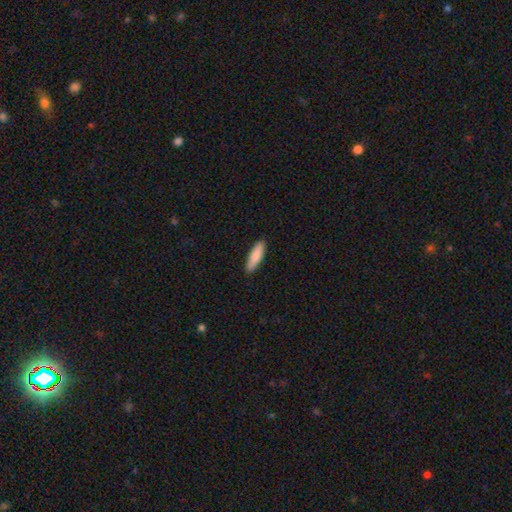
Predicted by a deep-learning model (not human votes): Smooth or featured: smooth — 87% (featured or disk — 8%)
How rounded: cigar-shaped — 60% (in between — 38%)
Merging: none — 89% (minor disturbance — 8%)